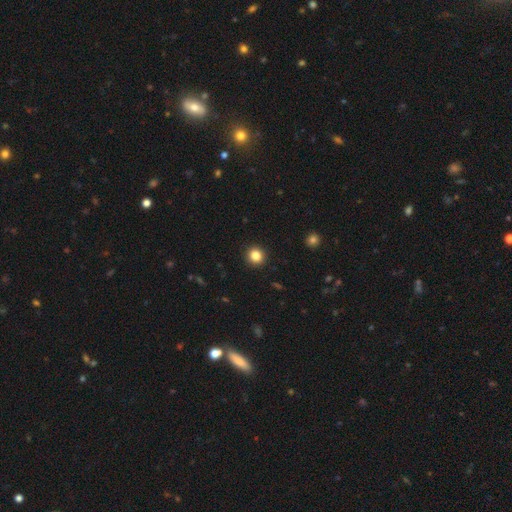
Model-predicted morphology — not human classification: Q: Smooth or featured?
A: smooth (85%); runner-up: star or artifact (11%)
Q: How rounded?
A: round (91%); runner-up: in between (8%)
Q: Merging?
A: none (93%); runner-up: minor disturbance (5%)